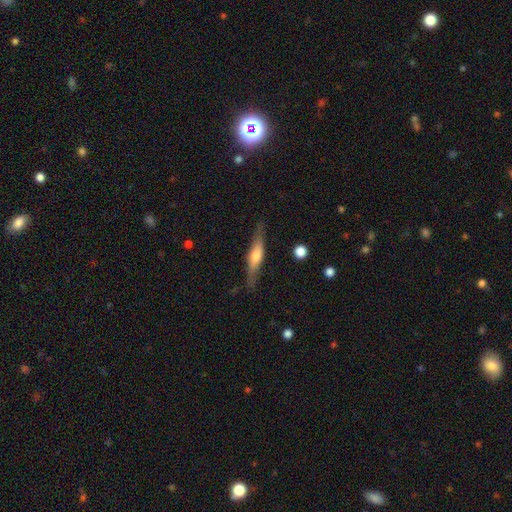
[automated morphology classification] Smooth or featured: featured or disk — 55% (smooth — 39%)
Edge-on disk: yes — 91% (no — 9%)
Merging: none — 83% (minor disturbance — 13%)